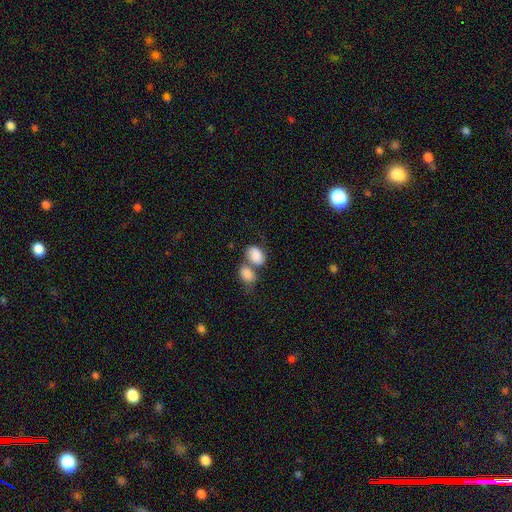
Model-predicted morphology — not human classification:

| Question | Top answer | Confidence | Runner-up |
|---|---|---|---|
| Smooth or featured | smooth | 81% | featured or disk (12%) |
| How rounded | in between | 80% | round (19%) |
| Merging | merger | 60% | none (23%) |